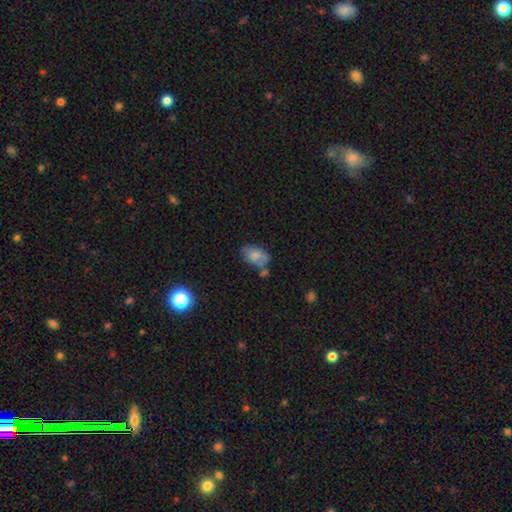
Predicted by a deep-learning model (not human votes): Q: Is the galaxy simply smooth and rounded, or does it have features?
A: smooth — 73%.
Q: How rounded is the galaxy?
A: in between — 90%.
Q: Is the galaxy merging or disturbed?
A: none — 50%.